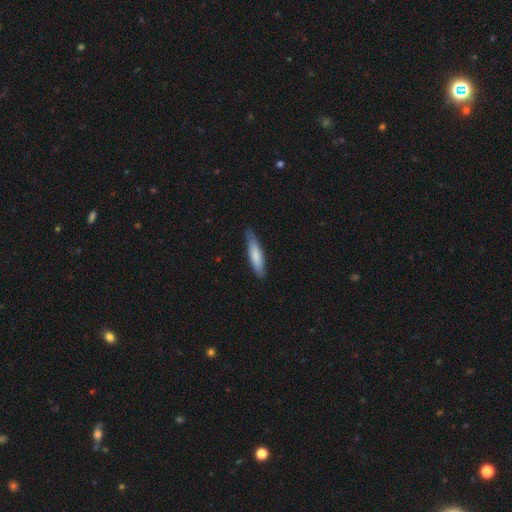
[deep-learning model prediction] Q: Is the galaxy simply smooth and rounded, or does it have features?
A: smooth — 76%.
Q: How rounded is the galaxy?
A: cigar-shaped — 72%.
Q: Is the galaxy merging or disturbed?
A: none — 76%.